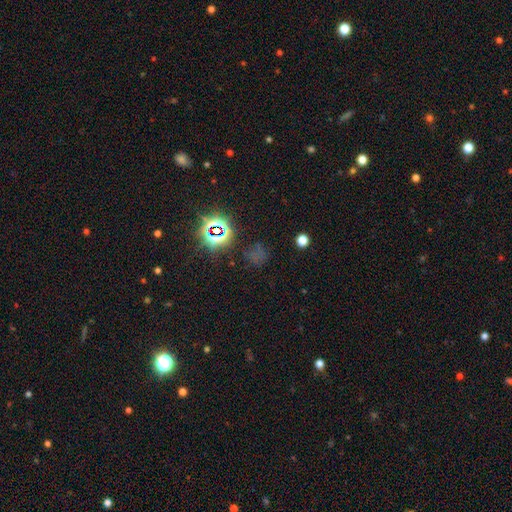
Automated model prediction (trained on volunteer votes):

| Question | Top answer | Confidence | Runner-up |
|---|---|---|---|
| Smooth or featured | star or artifact | 73% | smooth (19%) |